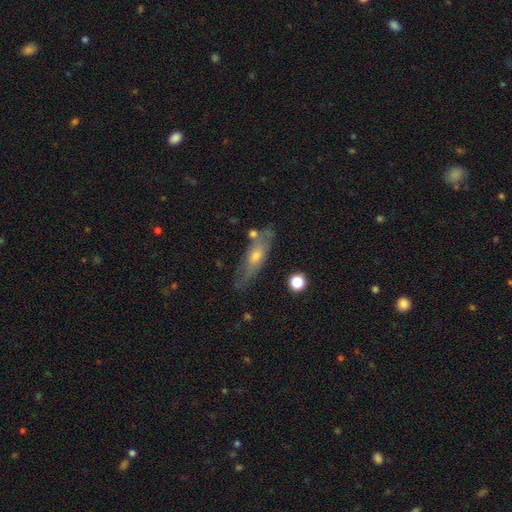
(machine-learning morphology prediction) The model was most divided on "edge-on disk": yes: 54%, no: 46%. More confident: merging — none (66%); smooth or featured — featured or disk (54%).